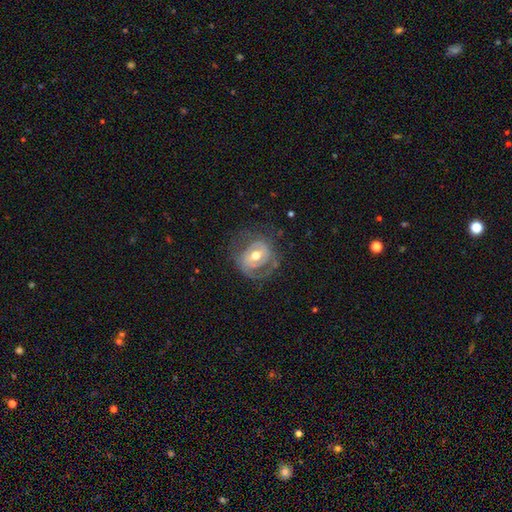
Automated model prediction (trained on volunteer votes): Morphology: type=featured or disk (71%); edge-on=no (96%); bar=weak (40%); spiral arms=yes (67%); bulge=moderate (76%); merging=none (57%).